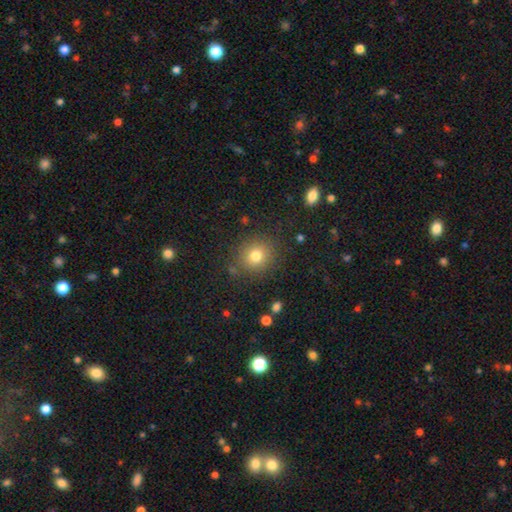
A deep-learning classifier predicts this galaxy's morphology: This is likely a smooth galaxy (78%). How rounded: clearly round (86%). Merging: clearly none (86%).